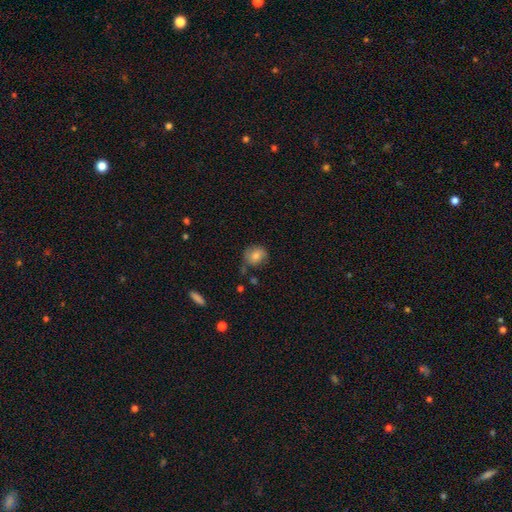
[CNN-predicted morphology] Smooth or featured: smooth — 78% (featured or disk — 13%)
How rounded: round — 70% (in between — 28%)
Merging: none — 70% (minor disturbance — 21%)